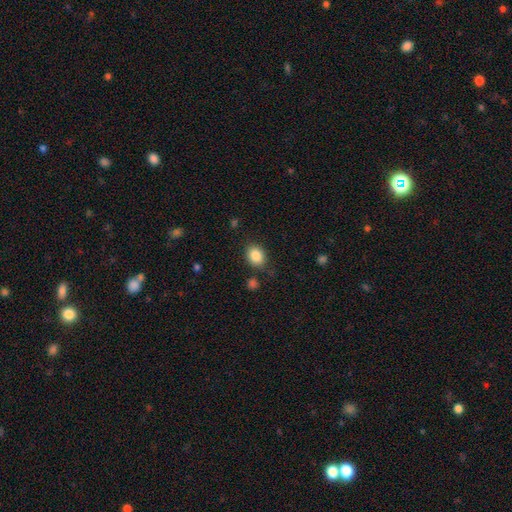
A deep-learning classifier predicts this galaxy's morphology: A smooth galaxy with no disk features (86%) that is in between round and cigar-shaped (53%).

Vote fractions:
- Smooth or featured? smooth: 86% / star or artifact: 9% / featured or disk: 5%
- How rounded? in between: 53% / round: 46% / cigar-shaped: 1%
- Merging? none: 81% / minor disturbance: 12% / major disturbance: 4% / merger: 3%